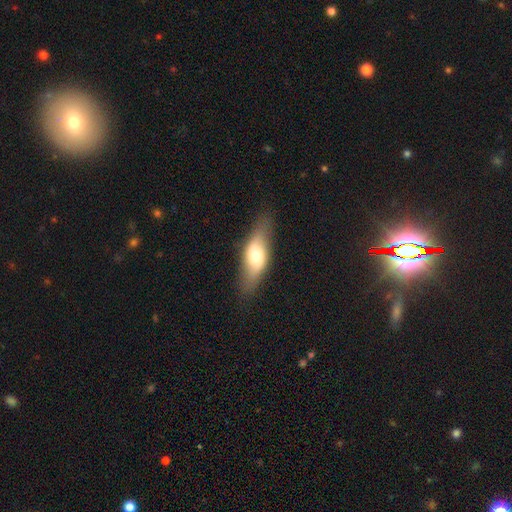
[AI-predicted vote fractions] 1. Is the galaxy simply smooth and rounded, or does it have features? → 58% smooth, 36% featured or disk, 7% star or artifact.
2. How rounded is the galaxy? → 70% in between, 27% cigar-shaped, 4% round.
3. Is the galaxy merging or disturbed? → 77% none, 17% minor disturbance, 5% major disturbance, 1% merger.